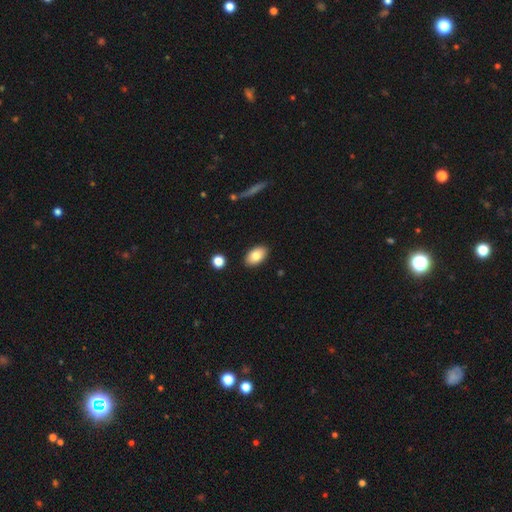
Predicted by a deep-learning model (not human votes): smooth-or-featured: smooth: 82% | featured or disk: 11% | star or artifact: 7%
  how-rounded: in between: 93% | round: 6% | cigar-shaped: 2%
  merging: none: 89% | minor disturbance: 8% | major disturbance: 2% | merger: 2%